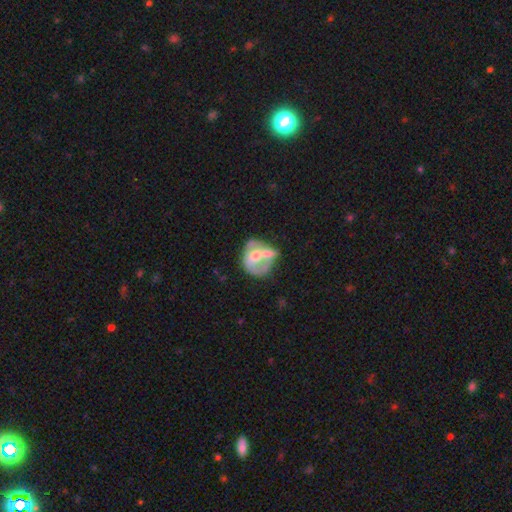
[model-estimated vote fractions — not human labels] Smooth or featured?
  - featured or disk: 54% *
  - smooth: 39%
  - star or artifact: 8%
Edge-on disk?
  - no: 96% *
  - yes: 4%
Bar?
  - no: 72% *
  - weak: 20%
  - strong: 8%
Spiral arms?
  - no: 79% *
  - yes: 21%
Bulge size?
  - moderate: 62% *
  - small: 23%
  - large: 7%
  - none: 7%
  - dominant: 1%
Merging?
  - merger: 44% *
  - none: 21%
  - major disturbance: 19%
  - minor disturbance: 16%